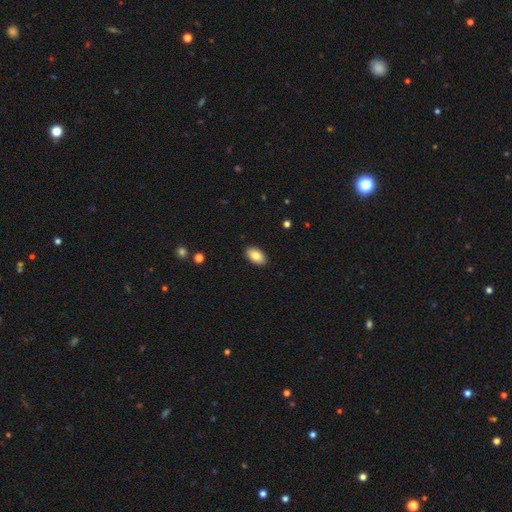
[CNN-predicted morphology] smooth 82%, featured or disk 11%, star or artifact 7%. Down the decision tree: how rounded — in between (94%); merging — none (90%).